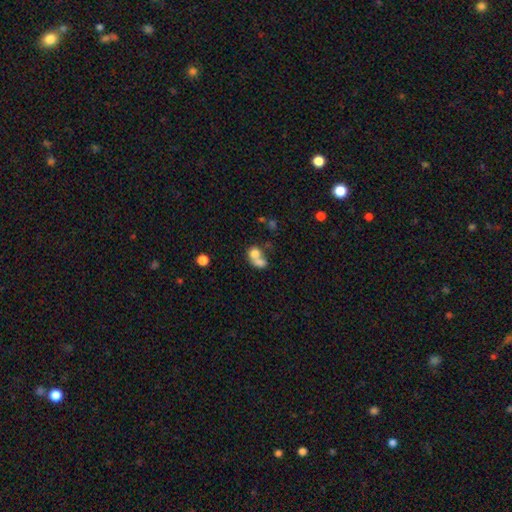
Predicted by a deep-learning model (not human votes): Smooth or featured: smooth — 73% (featured or disk — 17%)
How rounded: round — 53% (in between — 45%)
Merging: merger — 68% (none — 19%)